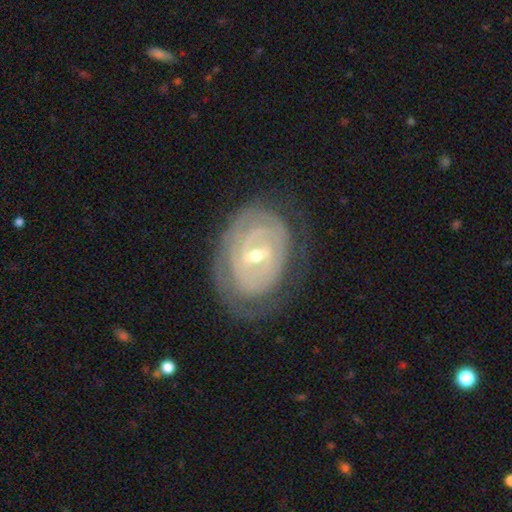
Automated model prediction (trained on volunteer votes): Smooth or featured? Predicted: featured or disk (p=0.82). Edge-on disk? Predicted: no (p=0.95). Bar? Predicted: weak (p=0.50). Spiral arms? Predicted: yes (p=0.80). Spiral winding? Predicted: tight (p=0.78). Spiral arm count? Predicted: can't tell (p=0.49). Bulge size? Predicted: small (p=0.48, tied with moderate). Merging? Predicted: none (p=0.68).